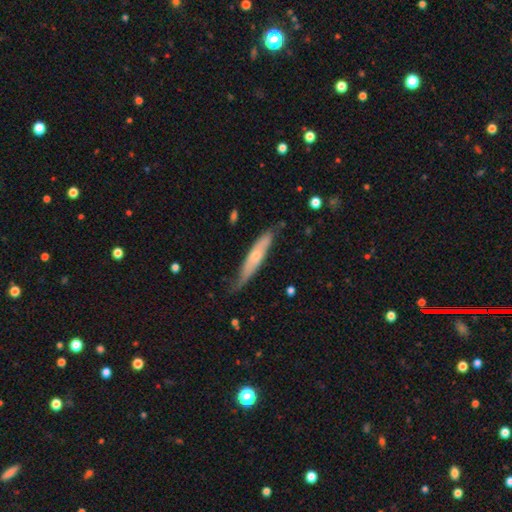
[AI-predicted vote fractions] Morphology: type=featured or disk (50%); edge-on=yes (65%); merging=none (62%).